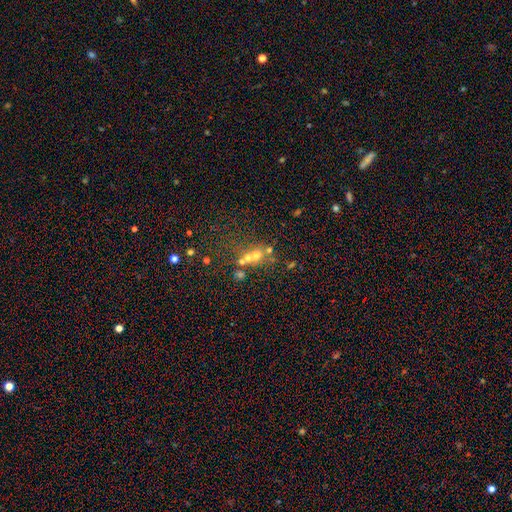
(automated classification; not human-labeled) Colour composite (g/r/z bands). It shows a smooth galaxy with no disk features (47%). Merging: merger (43%).